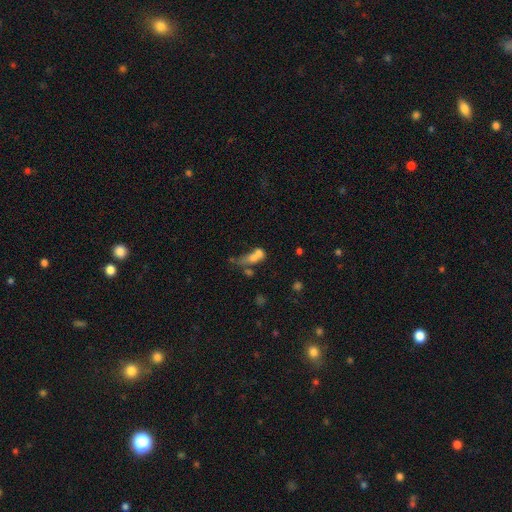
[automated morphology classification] This appears to be a smooth galaxy with no disk features (60%) that is in between round and cigar-shaped (57%). Merging: merger (60%).